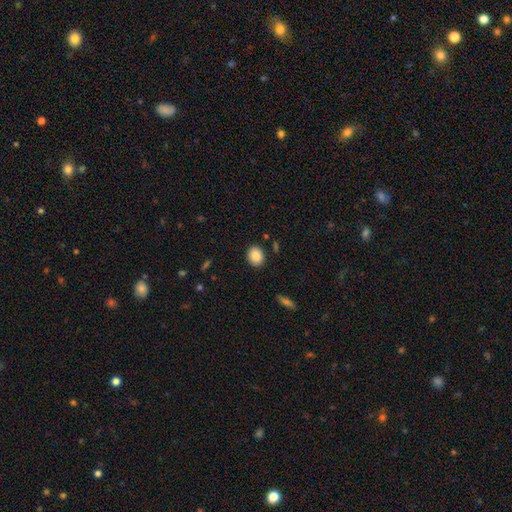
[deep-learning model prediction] Smooth or featured? smooth (87%)
How rounded? round (55%)
Merging? none (89%)